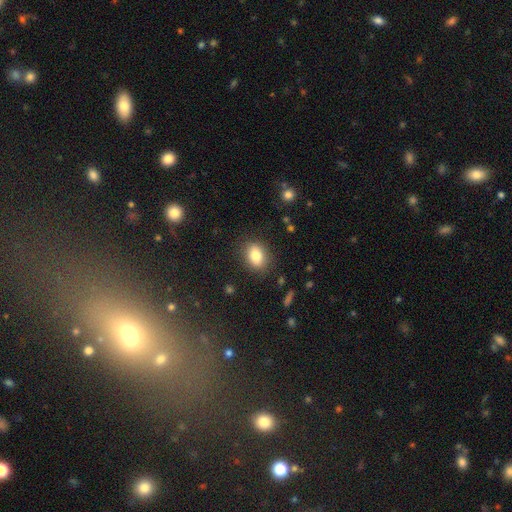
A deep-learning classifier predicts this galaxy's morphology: Smooth or featured? smooth (82%)
How rounded? in between (66%)
Merging? none (84%)